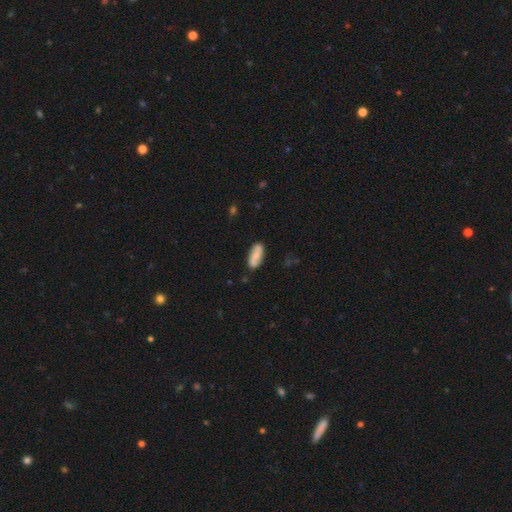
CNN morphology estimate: smooth_or_featured: smooth (p=0.56) [alt: featured or disk p=0.38]
how_rounded: in between (p=0.78) [alt: cigar-shaped p=0.19]
merging: none (p=0.82) [alt: minor disturbance p=0.13]